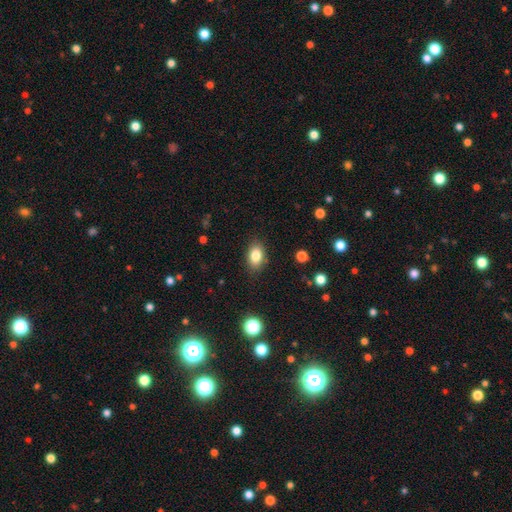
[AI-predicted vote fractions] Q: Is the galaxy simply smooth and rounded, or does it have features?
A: smooth — 83%.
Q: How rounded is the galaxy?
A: in between — 85%.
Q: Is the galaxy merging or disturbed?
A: none — 86%.